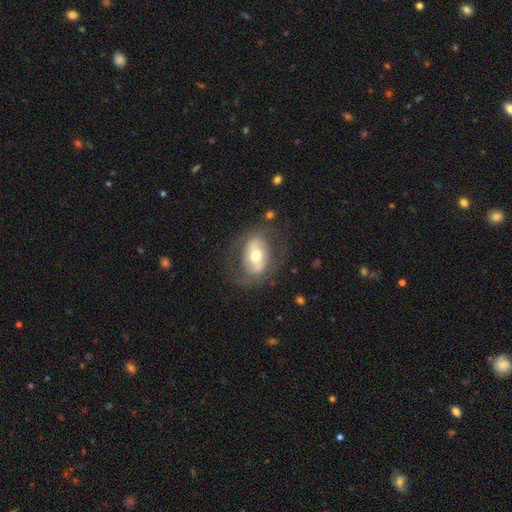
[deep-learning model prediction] The model was most divided on "bar": strong: 36%, no: 34%, weak: 30%. More confident: edge-on disk — no (92%); merging — none (69%); bulge size — moderate (67%); smooth or featured — featured or disk (58%); spiral arms — no (56%).